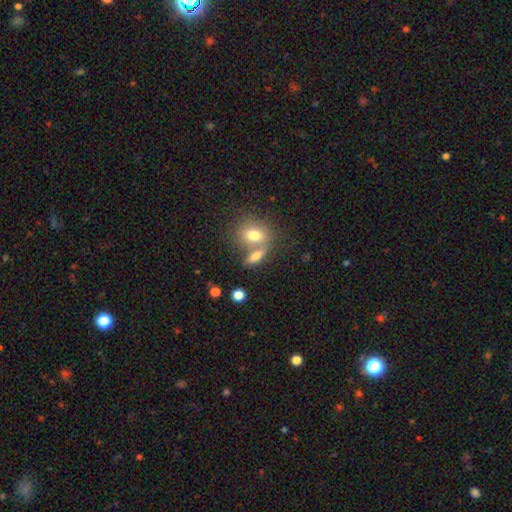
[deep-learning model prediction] This is likely a smooth galaxy (71%). How rounded: likely in between (64%). Merging: marginally merger (43%).